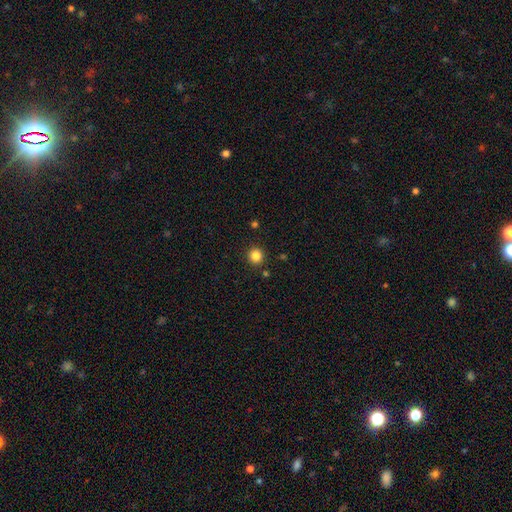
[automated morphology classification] The model was most divided on "smooth or featured": smooth: 84%, star or artifact: 12%, featured or disk: 4%. More confident: how rounded — round (95%); merging — none (91%).